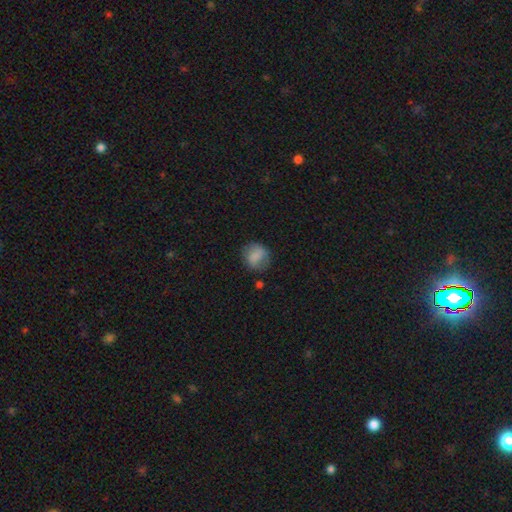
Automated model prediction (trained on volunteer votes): Smooth or featured: smooth — 76% (featured or disk — 15%)
How rounded: round — 71% (in between — 28%)
Merging: none — 67% (minor disturbance — 22%)